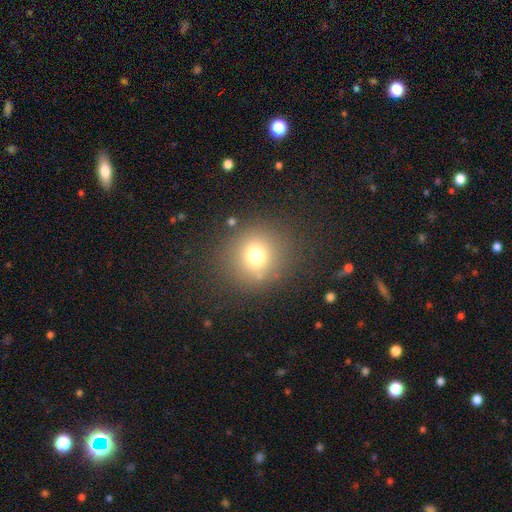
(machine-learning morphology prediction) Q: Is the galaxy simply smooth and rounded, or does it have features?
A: smooth — 72%.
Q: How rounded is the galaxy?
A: round — 91%.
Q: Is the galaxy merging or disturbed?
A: none — 84%.